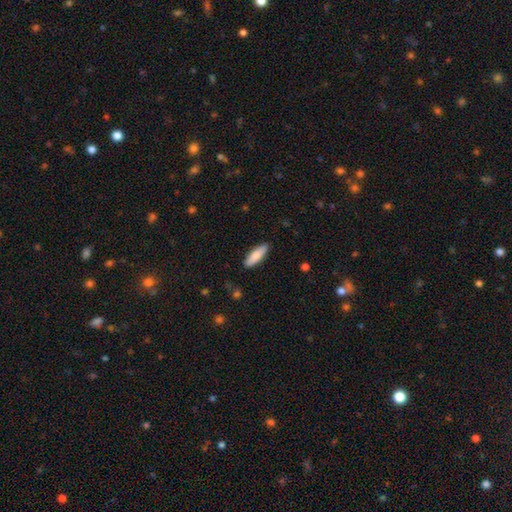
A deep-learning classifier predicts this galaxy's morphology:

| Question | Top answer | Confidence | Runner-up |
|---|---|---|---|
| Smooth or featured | smooth | 82% | featured or disk (13%) |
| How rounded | cigar-shaped | 53% | in between (45%) |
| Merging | none | 88% | minor disturbance (9%) |